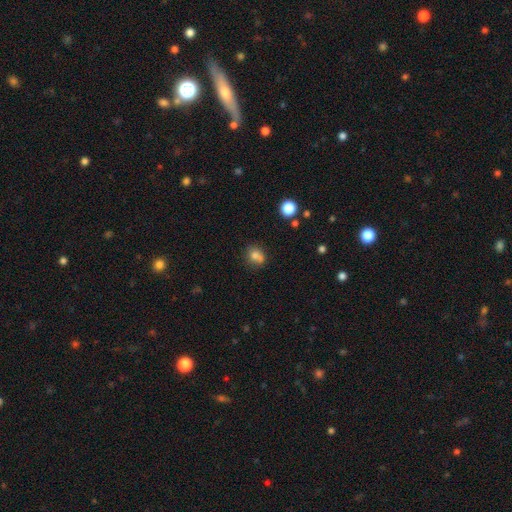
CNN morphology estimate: This appears to be a smooth galaxy with no disk features (76%) that is round (65%). Merging: none (50%).